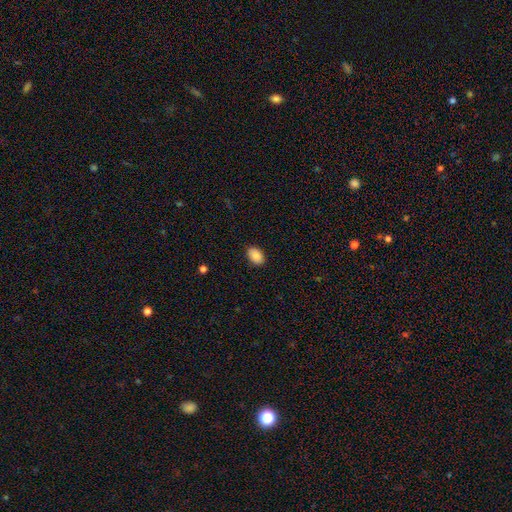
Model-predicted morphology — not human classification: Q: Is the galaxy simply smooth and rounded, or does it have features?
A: smooth — 89%.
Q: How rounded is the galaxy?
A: in between — 90%.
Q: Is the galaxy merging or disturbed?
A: none — 88%.